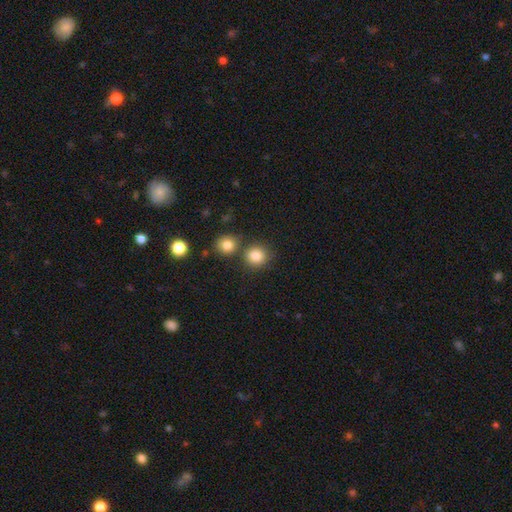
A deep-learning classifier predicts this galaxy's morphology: The model was most divided on "merging": none: 73%, merger: 15%, minor disturbance: 9%, major disturbance: 3%. More confident: how rounded — round (89%); smooth or featured — smooth (84%).